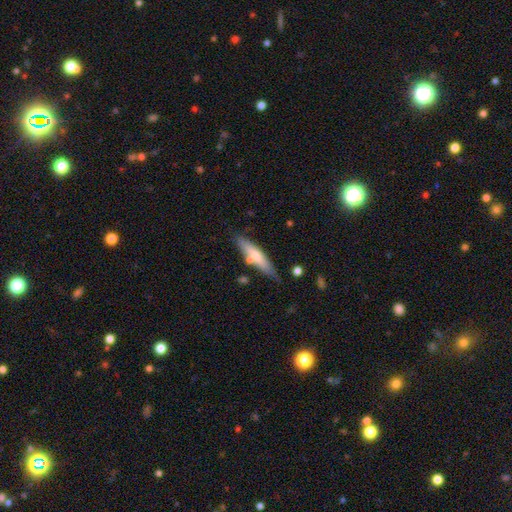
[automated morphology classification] Overall: smooth (59%; featured or disk 35%). How rounded: cigar-shaped (80%). Merging: none (72%).